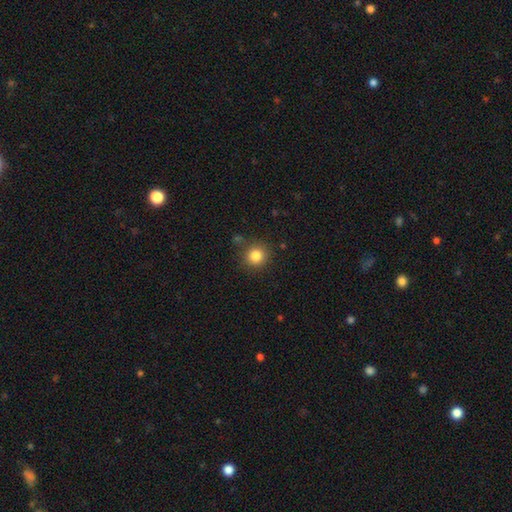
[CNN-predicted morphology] The model was most divided on "smooth or featured": smooth: 84%, star or artifact: 11%, featured or disk: 5%. More confident: how rounded — round (92%); merging — none (84%).